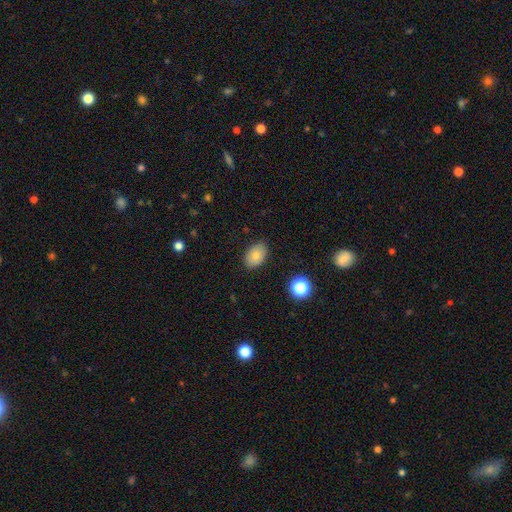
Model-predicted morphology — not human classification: Smooth or featured? smooth (78%)
How rounded? in between (83%)
Merging? none (84%)